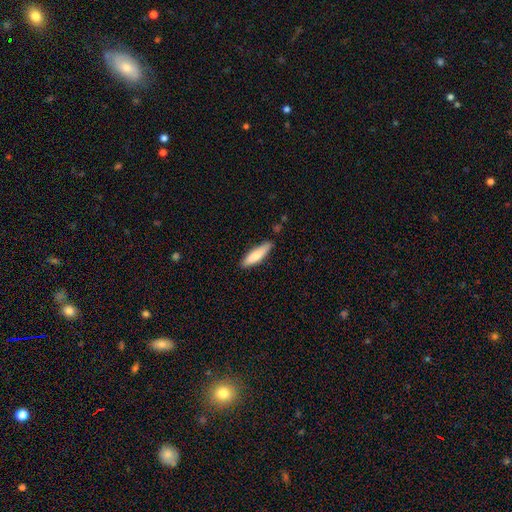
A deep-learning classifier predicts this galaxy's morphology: Smooth or featured: smooth — 78% (featured or disk — 16%)
How rounded: cigar-shaped — 67% (in between — 32%)
Merging: none — 82% (minor disturbance — 14%)